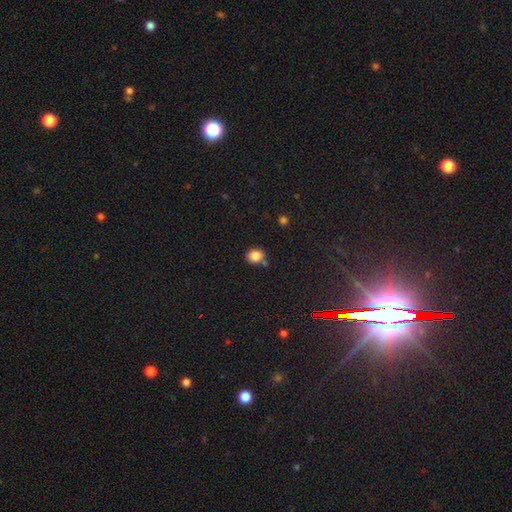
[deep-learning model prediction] Overall: smooth (84%). How rounded: round (68%; in between 31%). Merging: none (62%).